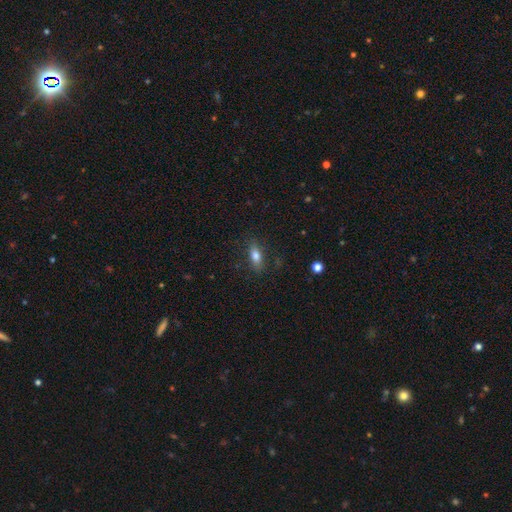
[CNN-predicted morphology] smooth 76%, featured or disk 15%, star or artifact 9%. Down the decision tree: how rounded — in between (74%); merging — none (82%).